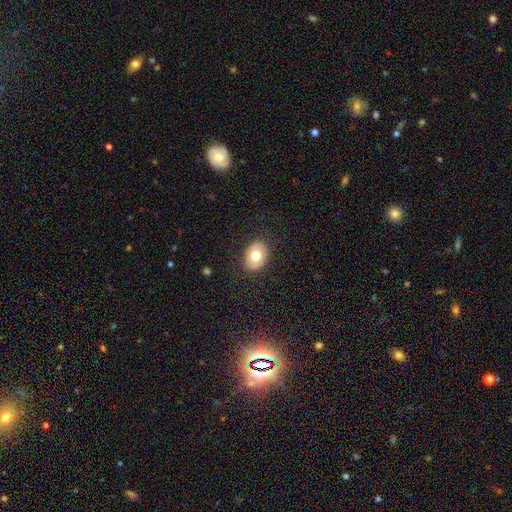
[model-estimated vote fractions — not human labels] A smooth galaxy with no disk features (70%) that is in between round and cigar-shaped (72%).

Vote fractions:
- Smooth or featured? smooth: 70% / featured or disk: 23% / star or artifact: 7%
- How rounded? in between: 72% / round: 27% / cigar-shaped: 1%
- Merging? none: 85% / minor disturbance: 11% / major disturbance: 3% / merger: 1%